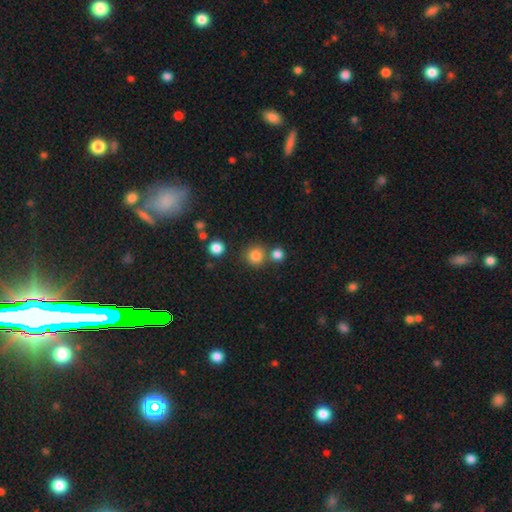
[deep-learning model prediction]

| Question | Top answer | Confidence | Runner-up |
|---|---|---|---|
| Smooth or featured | smooth | 81% | star or artifact (13%) |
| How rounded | round | 92% | in between (7%) |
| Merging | none | 73% | merger (16%) |